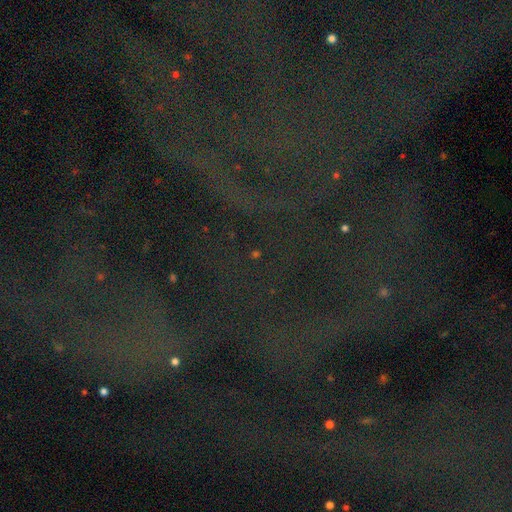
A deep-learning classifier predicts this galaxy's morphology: Q: Smooth or featured?
A: star or artifact (82%); runner-up: featured or disk (9%)